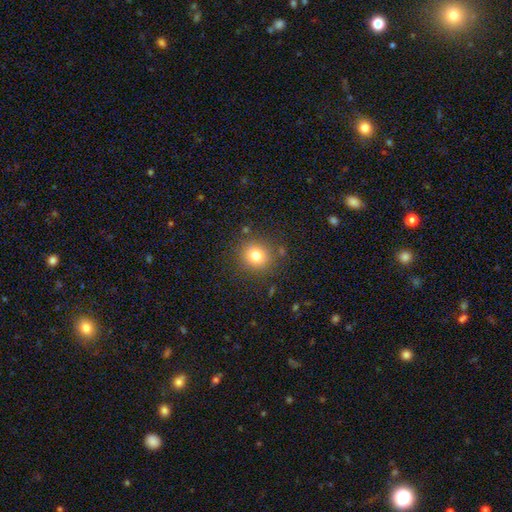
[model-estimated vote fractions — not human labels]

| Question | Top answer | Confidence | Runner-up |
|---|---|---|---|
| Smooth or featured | smooth | 79% | star or artifact (13%) |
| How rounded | round | 86% | in between (13%) |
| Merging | none | 85% | minor disturbance (9%) |